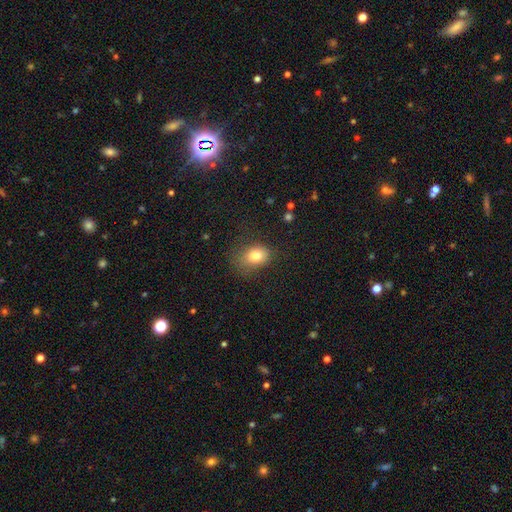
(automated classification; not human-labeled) Smooth or featured: smooth — 80% (star or artifact — 11%)
How rounded: in between — 64% (round — 35%)
Merging: none — 59% (minor disturbance — 25%)